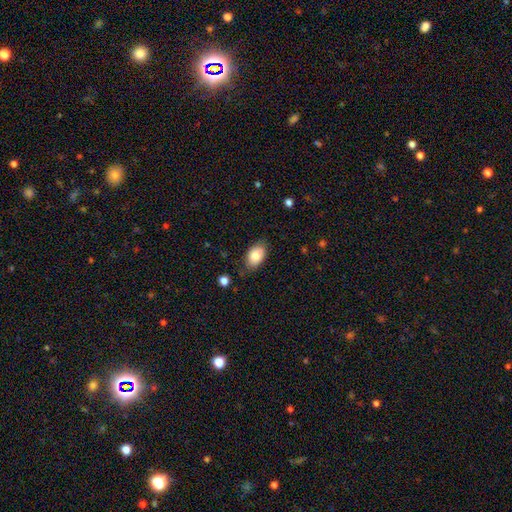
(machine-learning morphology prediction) The model was most divided on "merging": none: 78%, minor disturbance: 17%, major disturbance: 3%, merger: 2%. More confident: how rounded — in between (88%); smooth or featured — smooth (80%).